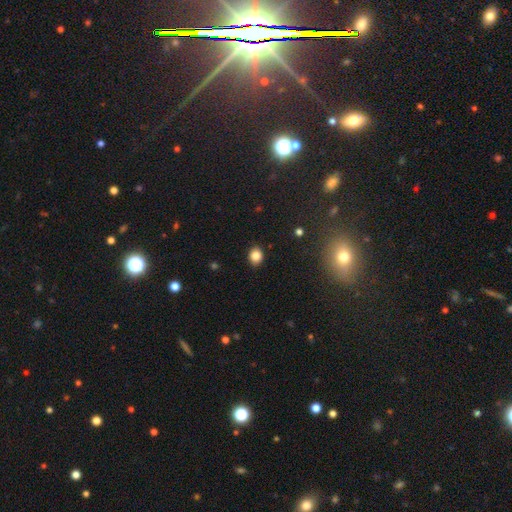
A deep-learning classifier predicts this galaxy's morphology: The model was most divided on "how rounded": round: 59%, in between: 40%, cigar-shaped: 1%. More confident: merging — none (89%); smooth or featured — smooth (84%).